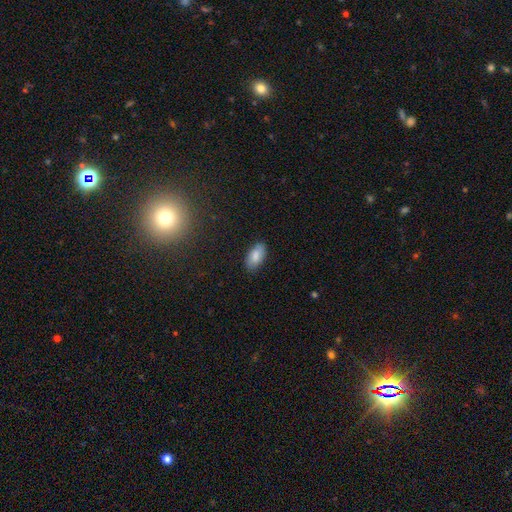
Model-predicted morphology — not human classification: Smooth or featured? smooth (83%)
How rounded? in between (93%)
Merging? none (85%)